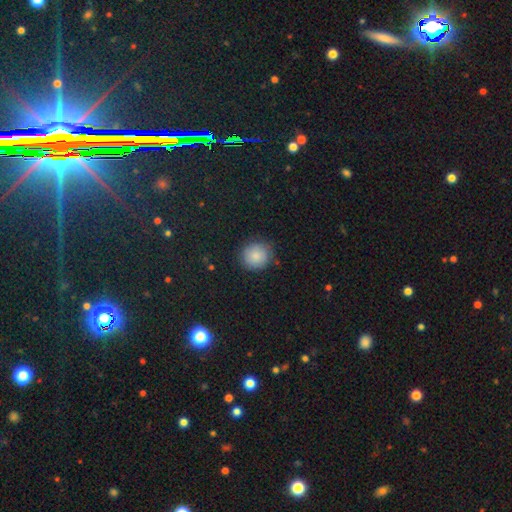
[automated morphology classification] Smooth or featured? smooth (80%)
How rounded? round (90%)
Merging? none (82%)